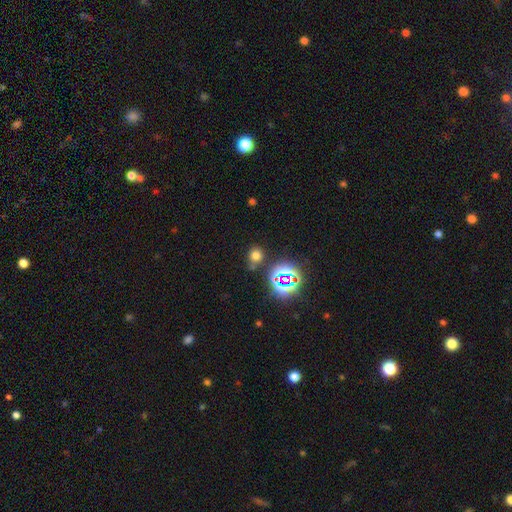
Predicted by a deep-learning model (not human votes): The model was most divided on "smooth or featured": smooth: 63%, star or artifact: 30%, featured or disk: 7%. More confident: how rounded — round (74%); merging — none (74%).